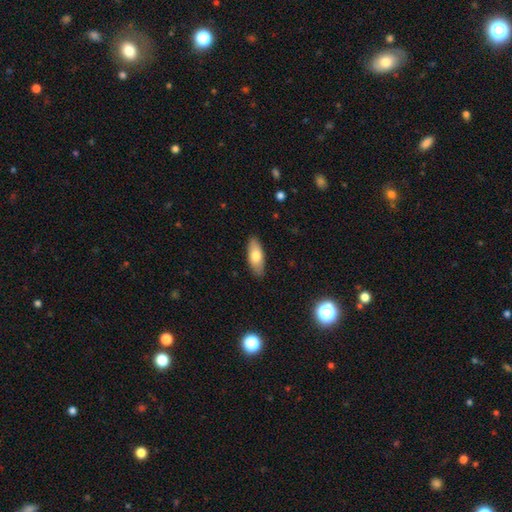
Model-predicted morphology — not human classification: Smooth or featured: smooth — 74% (featured or disk — 20%)
How rounded: in between — 76% (cigar-shaped — 21%)
Merging: none — 88% (minor disturbance — 9%)